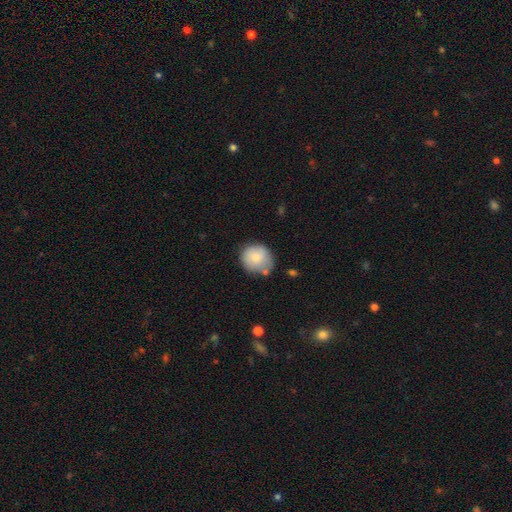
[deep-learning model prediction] Smooth or featured: smooth — 80% (featured or disk — 12%)
How rounded: round — 82% (in between — 17%)
Merging: none — 65% (minor disturbance — 24%)